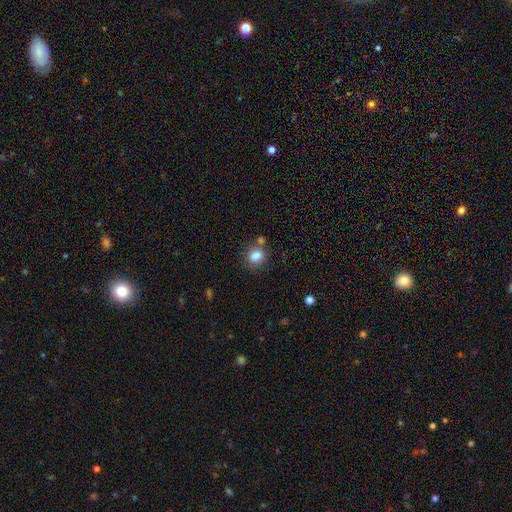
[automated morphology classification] Smooth or featured? smooth (84%)
How rounded? round (58%)
Merging? none (65%)